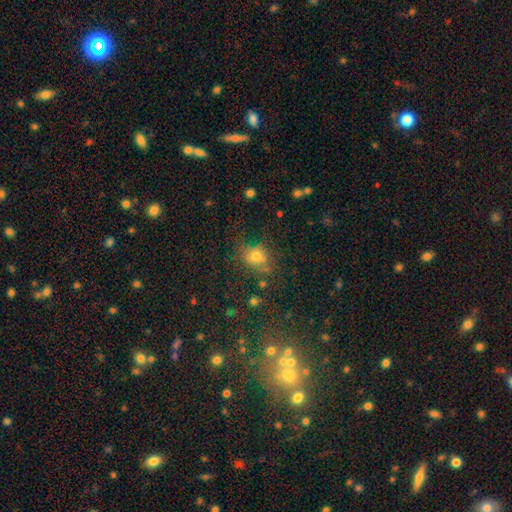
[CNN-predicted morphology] A smooth galaxy with no disk features (57%) that is round (67%).

Vote fractions:
- Smooth or featured? smooth: 57% / star or artifact: 31% / featured or disk: 12%
- How rounded? round: 67% / in between: 32% / cigar-shaped: 2%
- Merging? none: 73% / minor disturbance: 16% / major disturbance: 7% / merger: 5%